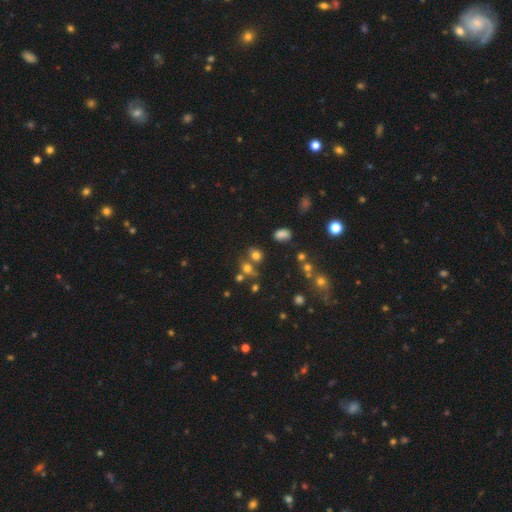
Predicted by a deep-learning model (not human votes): Morphology: type=smooth (70%); roundness=round (55%); merging=none (51%).